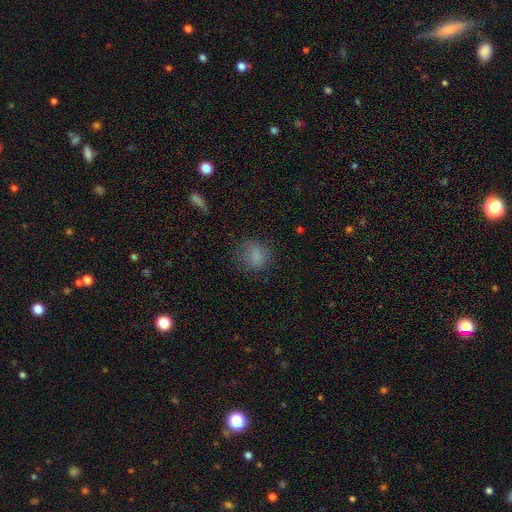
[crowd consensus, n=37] smooth_or_featured: smooth (p=0.92) [alt: star or artifact p=0.05]
how_rounded: round (p=0.76) [alt: in between p=0.21]
merging: none (p=0.91) [alt: minor disturbance p=0.06]